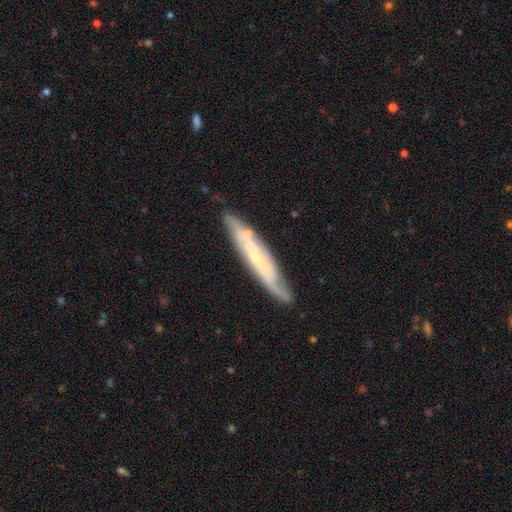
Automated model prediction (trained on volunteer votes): This is likely a featured or disk galaxy (66%). It is possibly viewed edge-on (55%). Merging: likely none (73%).